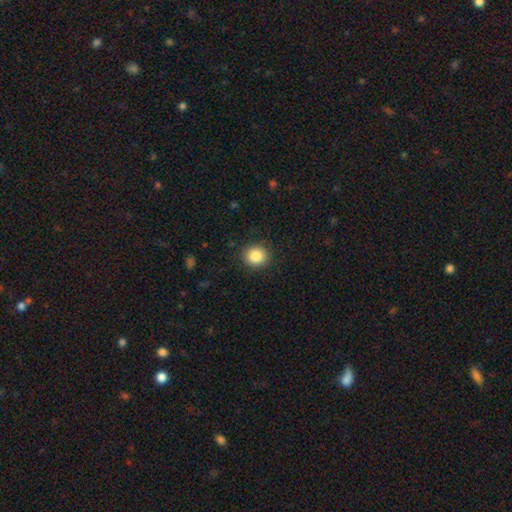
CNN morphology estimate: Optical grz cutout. It shows a smooth galaxy with no disk features (85%) that is round (87%). Merging: none (90%).